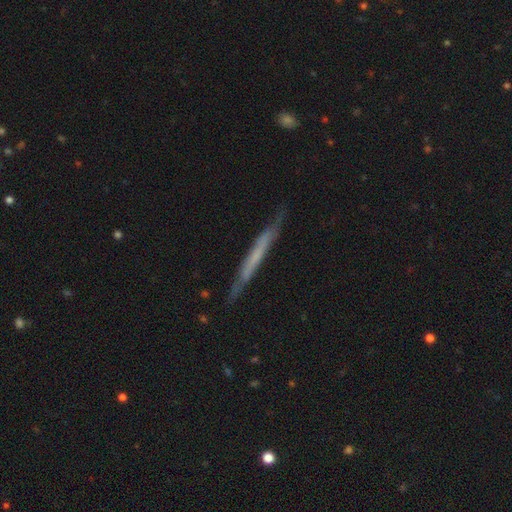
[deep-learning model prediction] Morphology: type=featured or disk (56%); edge-on=yes (92%); edge-on bulge=none (84%); merging=none (81%).